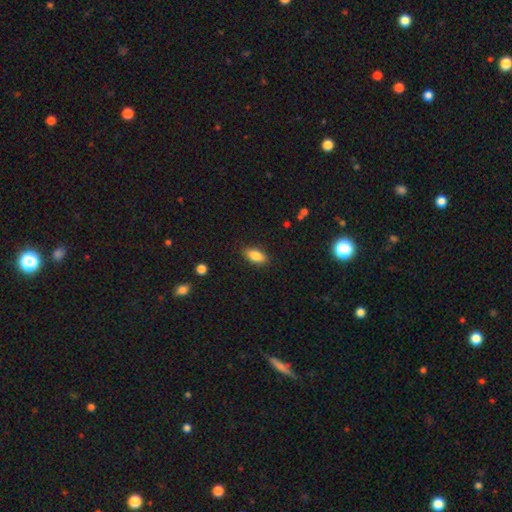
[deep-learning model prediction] The model was most divided on "smooth or featured": smooth: 84%, featured or disk: 8%, star or artifact: 8%. More confident: how rounded — in between (88%); merging — none (86%).